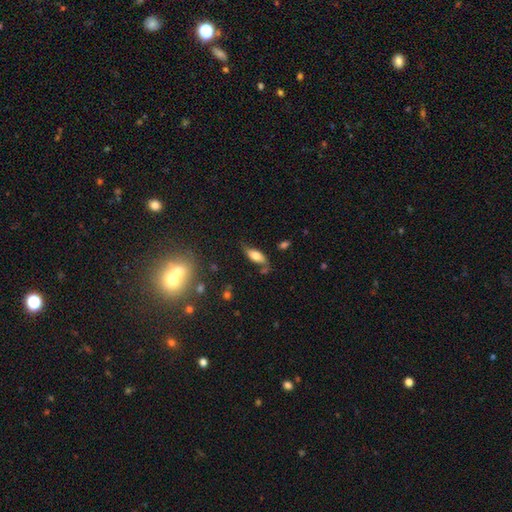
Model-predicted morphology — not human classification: type=smooth (60%); roundness=in between (75%); merging=none (59%).